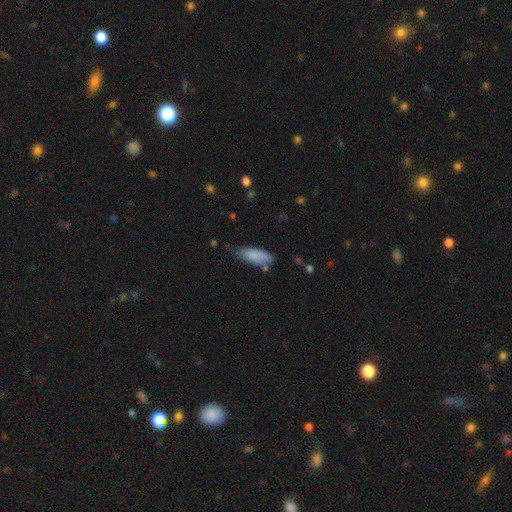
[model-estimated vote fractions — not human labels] Smooth or featured? smooth (86%)
How rounded? in between (66%)
Merging? none (64%)